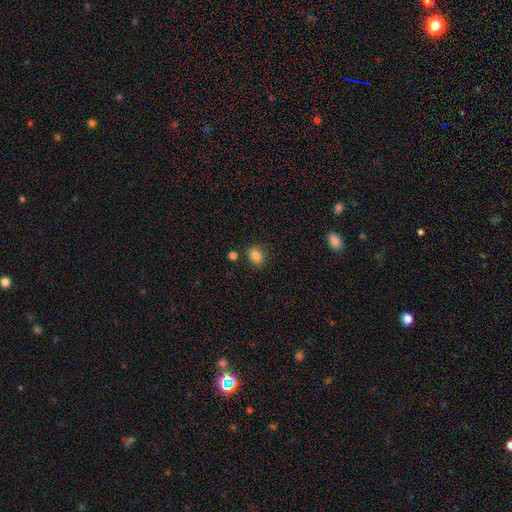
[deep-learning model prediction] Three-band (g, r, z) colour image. It shows a smooth galaxy with no disk features (85%) that is in between round and cigar-shaped (71%). Merging: none (80%).